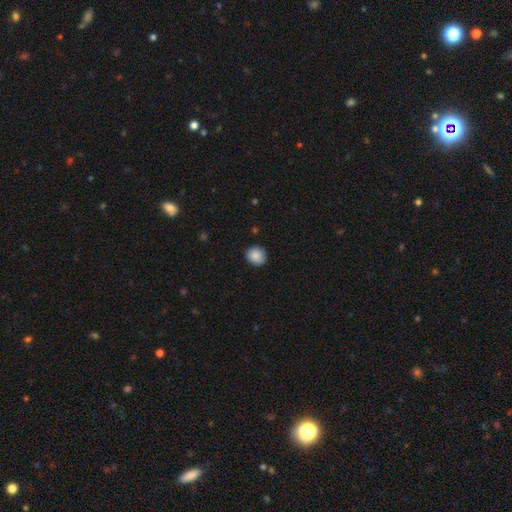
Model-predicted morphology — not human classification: This appears to be a smooth galaxy with no disk features (88%) that is round (82%). Merging: none (89%).